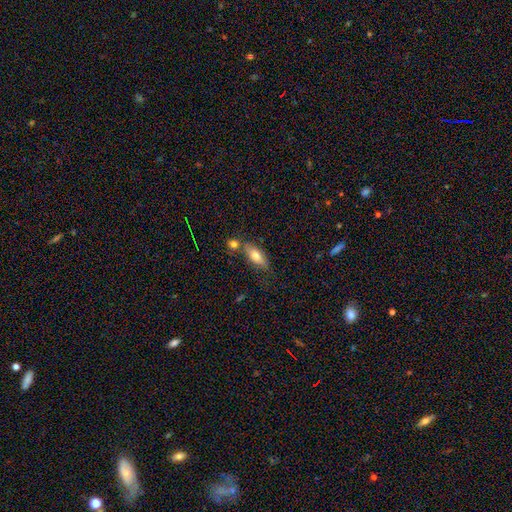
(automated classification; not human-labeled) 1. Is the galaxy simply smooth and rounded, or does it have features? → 70% smooth, 22% featured or disk, 8% star or artifact.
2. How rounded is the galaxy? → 71% in between, 26% cigar-shaped, 3% round.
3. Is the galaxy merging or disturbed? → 64% none, 17% merger, 15% minor disturbance, 4% major disturbance.